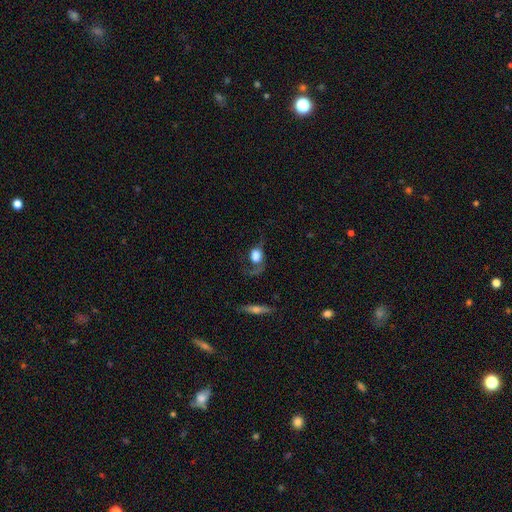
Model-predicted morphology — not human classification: smooth_or_featured: smooth (p=0.59) [alt: featured or disk p=0.31]
how_rounded: in between (p=0.50) [alt: round p=0.47]
merging: major disturbance (p=0.50) [alt: none p=0.28]